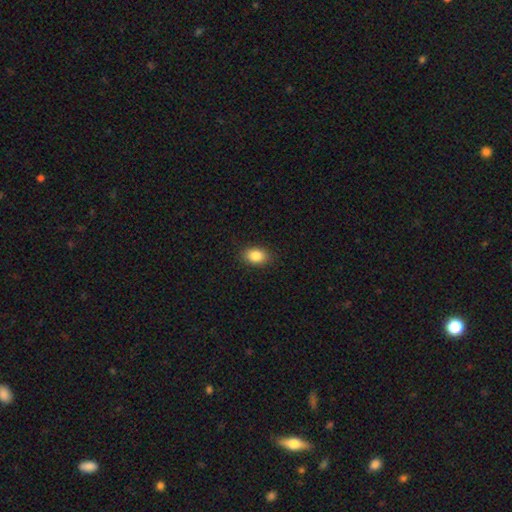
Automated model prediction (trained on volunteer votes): This appears to be a smooth galaxy with no disk features (85%) that is in between round and cigar-shaped (82%). Merging: none (89%).